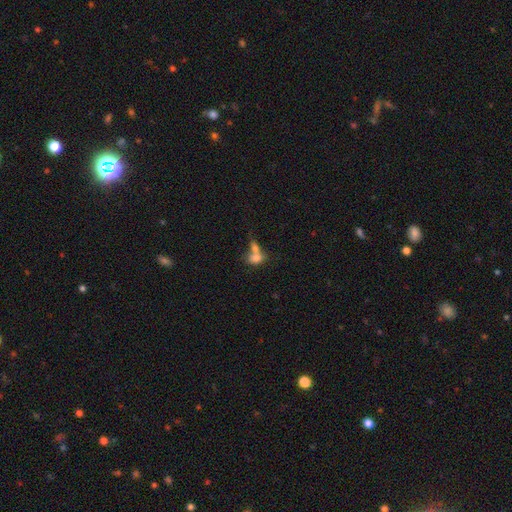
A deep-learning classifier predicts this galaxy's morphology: Smooth or featured?
  - smooth: 75% *
  - featured or disk: 15%
  - star or artifact: 10%
How rounded?
  - in between: 72% *
  - round: 25%
  - cigar-shaped: 3%
Merging?
  - merger: 63% *
  - none: 23%
  - minor disturbance: 8%
  - major disturbance: 6%